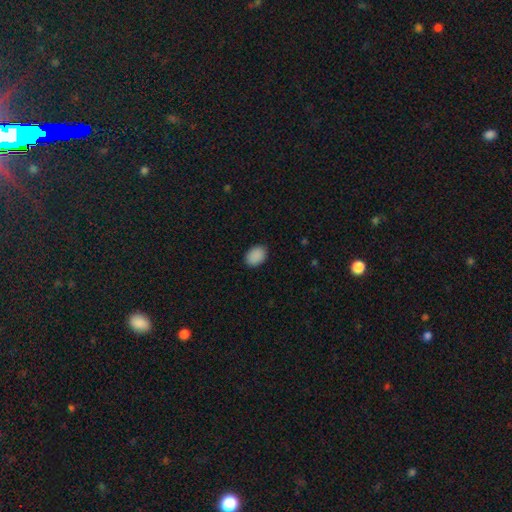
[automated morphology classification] Q: Smooth or featured?
A: smooth (89%); runner-up: star or artifact (8%)
Q: How rounded?
A: in between (74%); runner-up: round (26%)
Q: Merging?
A: none (87%); runner-up: minor disturbance (10%)